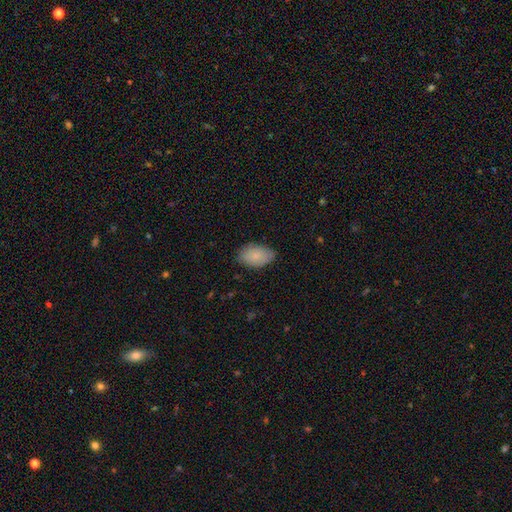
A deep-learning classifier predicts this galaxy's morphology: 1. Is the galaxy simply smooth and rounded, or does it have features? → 84% smooth, 10% featured or disk, 6% star or artifact.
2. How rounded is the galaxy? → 92% in between, 7% round, 1% cigar-shaped.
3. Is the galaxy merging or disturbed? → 80% none, 16% minor disturbance, 3% major disturbance, 1% merger.